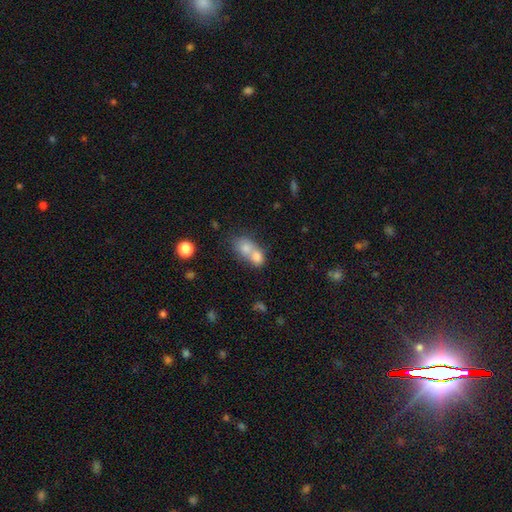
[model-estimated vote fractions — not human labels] Smooth or featured: smooth — 71% (featured or disk — 18%)
How rounded: in between — 55% (round — 42%)
Merging: merger — 73% (none — 18%)